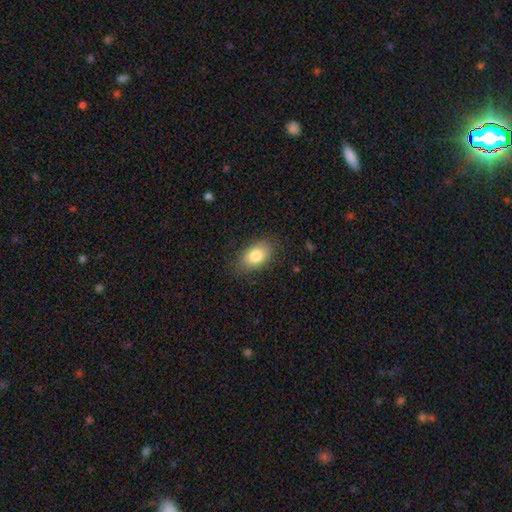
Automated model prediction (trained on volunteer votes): smooth 82%, featured or disk 10%, star or artifact 8%. Down the decision tree: how rounded — in between (89%); merging — none (82%).